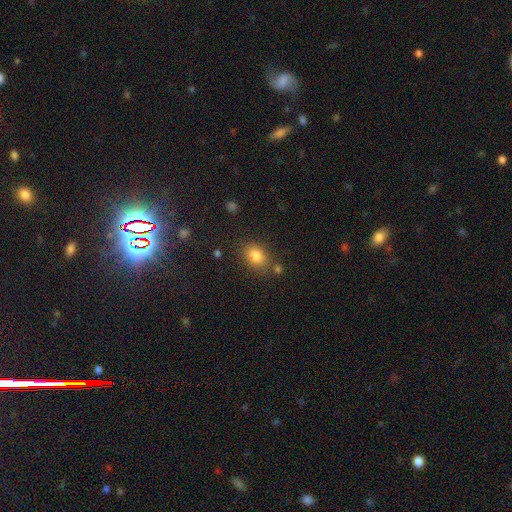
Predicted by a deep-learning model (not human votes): A smooth galaxy with no disk features (81%) that is in between round and cigar-shaped (62%).

Vote fractions:
- Smooth or featured? smooth: 81% / star or artifact: 11% / featured or disk: 7%
- How rounded? in between: 62% / round: 37% / cigar-shaped: 1%
- Merging? none: 74% / minor disturbance: 14% / merger: 8% / major disturbance: 4%